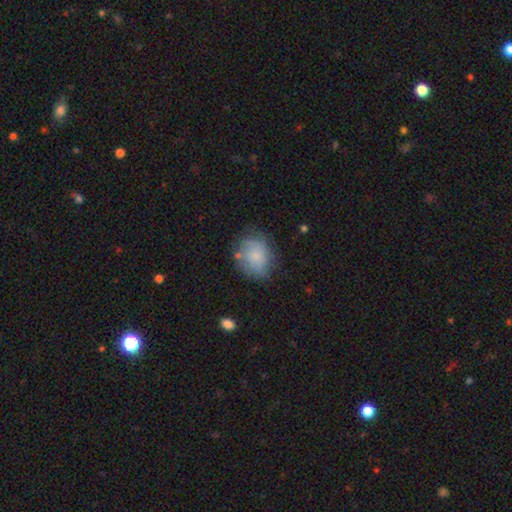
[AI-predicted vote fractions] A smooth galaxy with no disk features (65%) that is round (56%). Merging: none (63%).